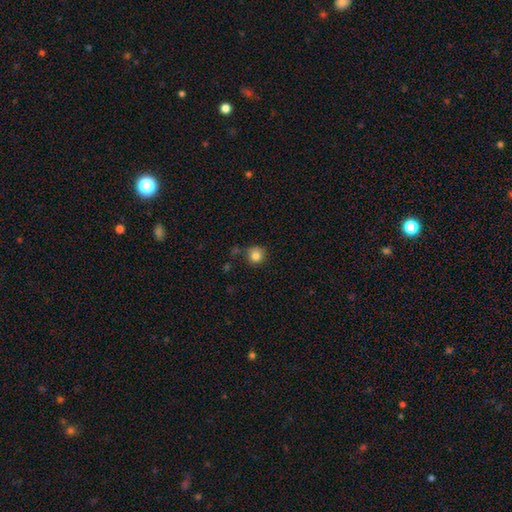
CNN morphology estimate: A smooth galaxy with no disk features (84%) that is round (92%). Merging: none (73%).